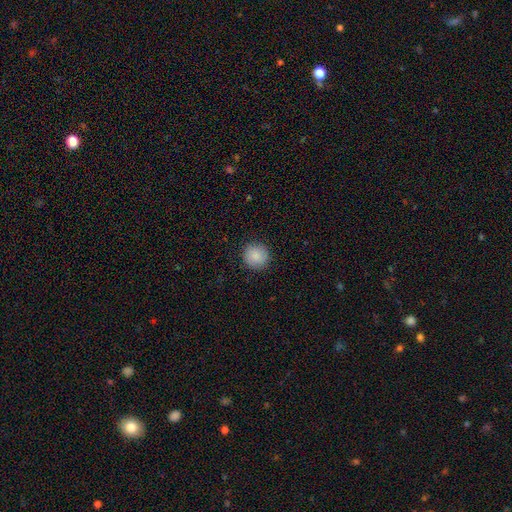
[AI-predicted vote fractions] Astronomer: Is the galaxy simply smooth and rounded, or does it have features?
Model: smooth — 87%.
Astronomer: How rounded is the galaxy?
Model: round — 94%.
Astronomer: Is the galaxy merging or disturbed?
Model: none — 90%.